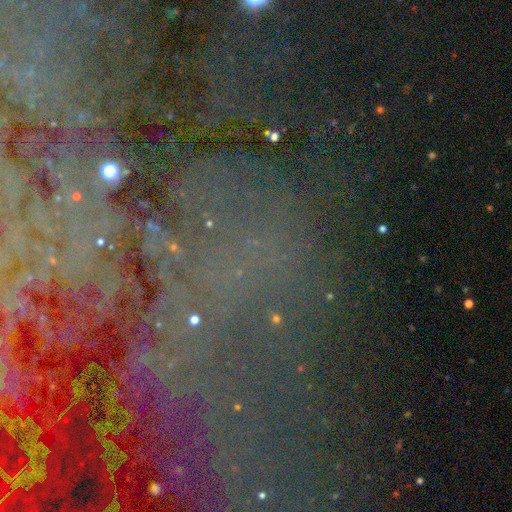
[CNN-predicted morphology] The model was most divided on "smooth or featured": star or artifact: 62%, featured or disk: 25%, smooth: 13%.